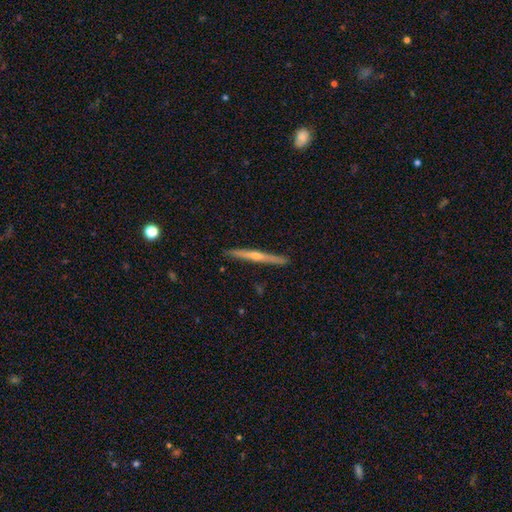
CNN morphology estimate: Smooth or featured: featured or disk — 75% (smooth — 19%)
Edge-on disk: yes — 98% (no — 2%)
Edge-on bulge: rounded — 82% (none — 14%)
Merging: none — 90% (minor disturbance — 8%)